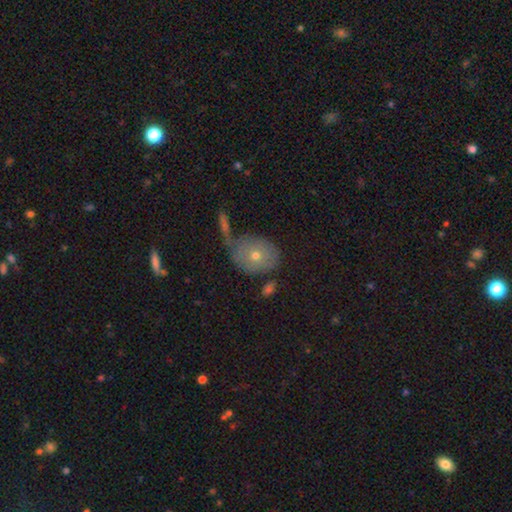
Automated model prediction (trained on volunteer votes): Smooth or featured: smooth — 63% (featured or disk — 27%)
How rounded: round — 53% (in between — 45%)
Merging: none — 59% (minor disturbance — 17%)